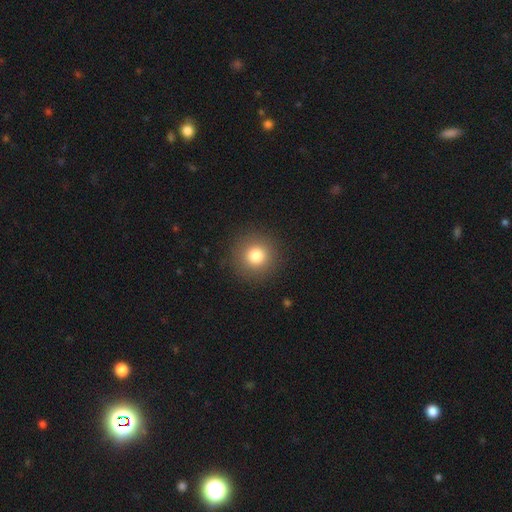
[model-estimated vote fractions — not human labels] smooth 80%, star or artifact 12%, featured or disk 8%. Down the decision tree: how rounded — round (95%); merging — none (91%).